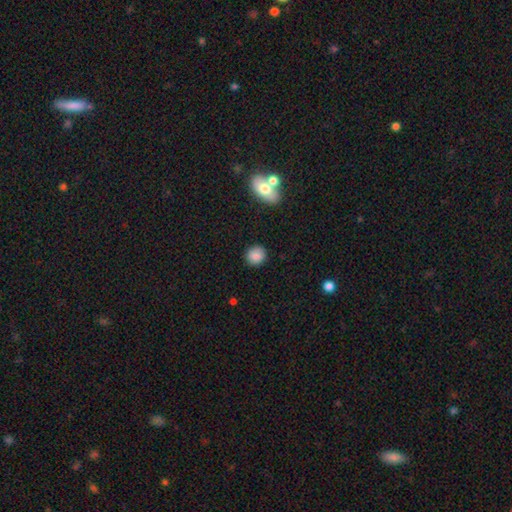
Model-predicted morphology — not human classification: The model was most divided on "how rounded": round: 84%, in between: 15%, cigar-shaped: 1%. More confident: merging — none (87%); smooth or featured — smooth (86%).